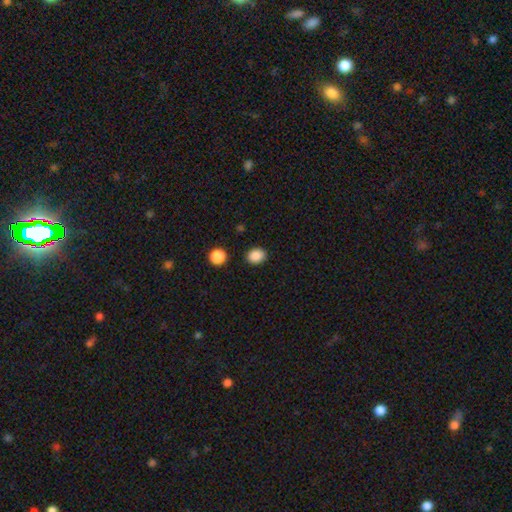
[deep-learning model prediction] Smooth or featured: smooth — 87% (star or artifact — 10%)
How rounded: in between — 52% (round — 48%)
Merging: none — 87% (minor disturbance — 8%)